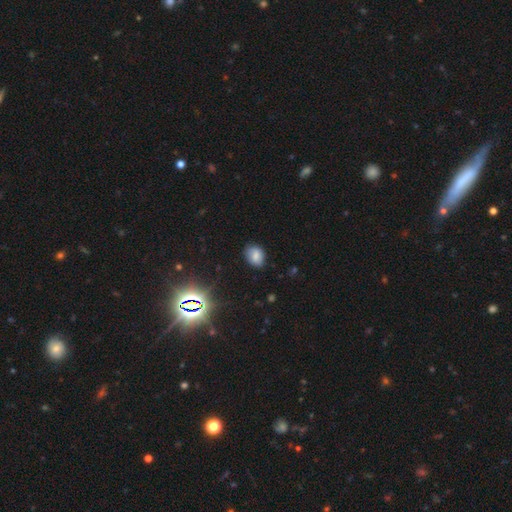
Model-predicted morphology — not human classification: smooth-or-featured: smooth: 73% | featured or disk: 14% | star or artifact: 13%
  how-rounded: in between: 67% | round: 32% | cigar-shaped: 1%
  merging: none: 78% | minor disturbance: 17% | major disturbance: 3% | merger: 1%